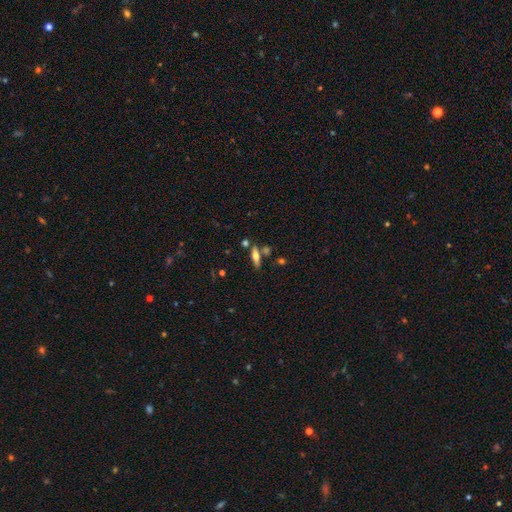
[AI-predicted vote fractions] smooth-or-featured: smooth: 50% | featured or disk: 41% | star or artifact: 9%
  merging: none: 71% | merger: 14% | minor disturbance: 11% | major disturbance: 4%